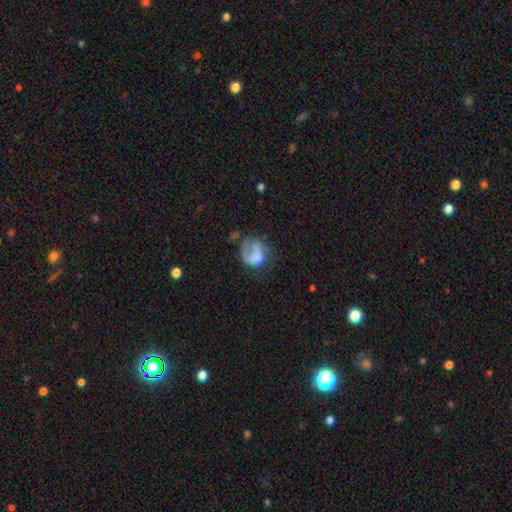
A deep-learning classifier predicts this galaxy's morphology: Smooth or featured: featured or disk — 47% (smooth — 43%)
Merging: major disturbance — 43% (none — 29%)